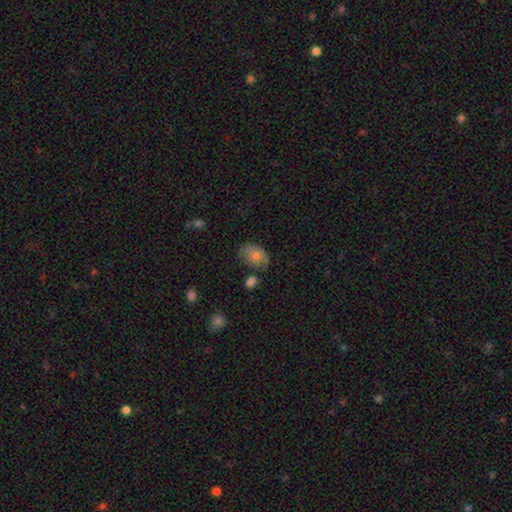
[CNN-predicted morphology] A smooth galaxy with no disk features (71%) that is in between round and cigar-shaped (80%). Merging: none (62%).